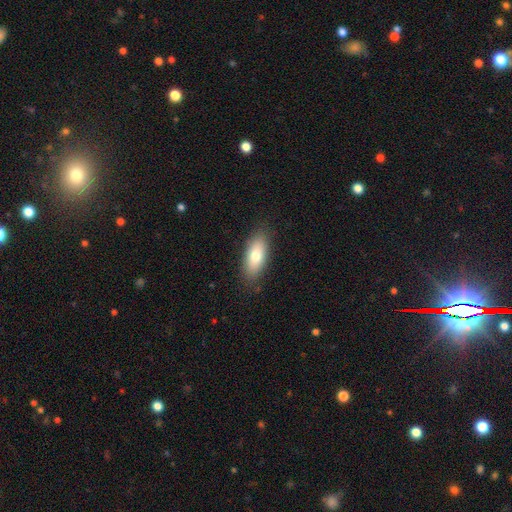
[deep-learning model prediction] This is likely a smooth galaxy (75%). How rounded: clearly in between (82%). Merging: clearly none (85%).